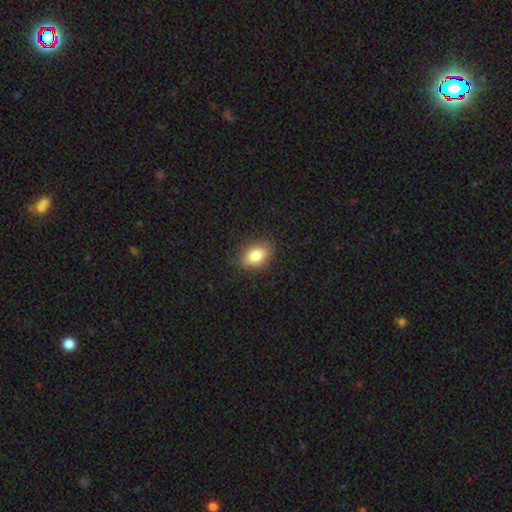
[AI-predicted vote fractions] A smooth galaxy with no disk features (83%) that is in between round and cigar-shaped (83%). Merging: none (84%).